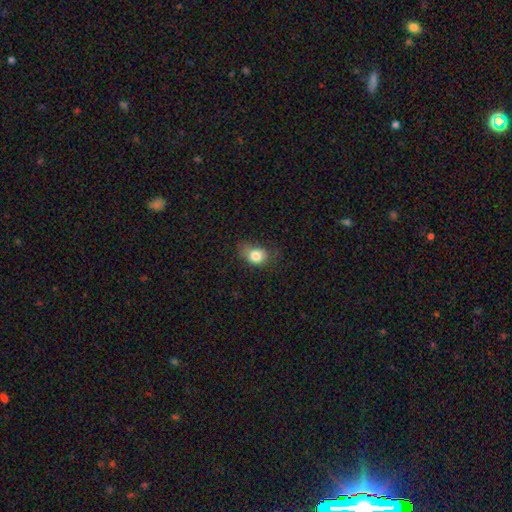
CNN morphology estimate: Smooth or featured? smooth (81%)
How rounded? in between (61%)
Merging? none (44%)